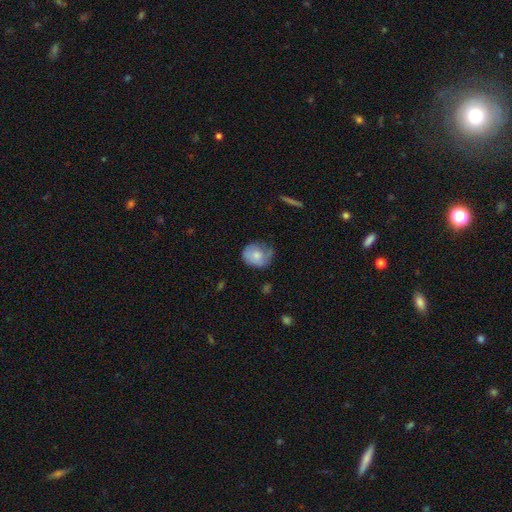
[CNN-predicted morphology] This appears to be a smooth galaxy with no disk features (67%) that is round (59%). Merging: none (49%).